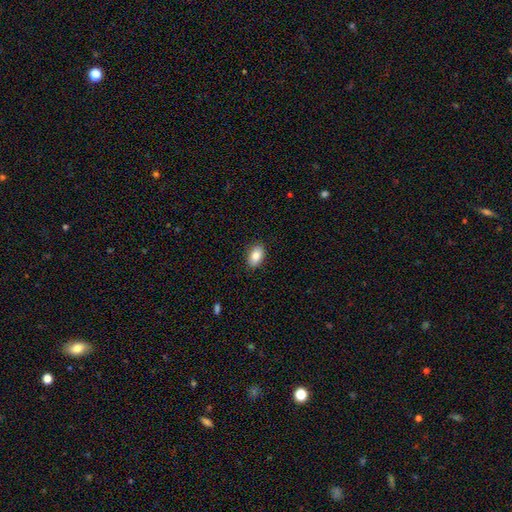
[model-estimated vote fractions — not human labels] Smooth or featured?
  - smooth: 85% *
  - star or artifact: 7%
  - featured or disk: 7%
How rounded?
  - in between: 89% *
  - round: 9%
  - cigar-shaped: 2%
Merging?
  - none: 89% *
  - minor disturbance: 8%
  - major disturbance: 2%
  - merger: 1%